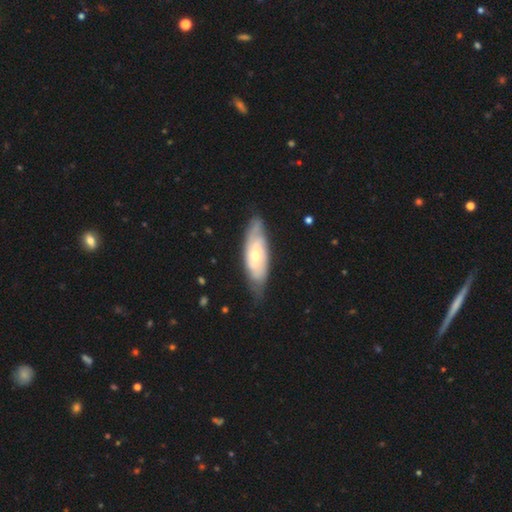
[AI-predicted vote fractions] Smooth or featured? Predicted: featured or disk (p=0.65). Edge-on disk? Predicted: no (p=0.82). Bar? Predicted: no (p=0.60). Spiral arms? Predicted: yes (p=0.87). Bulge size? Predicted: moderate (p=0.50). Merging? Predicted: none (p=0.70).